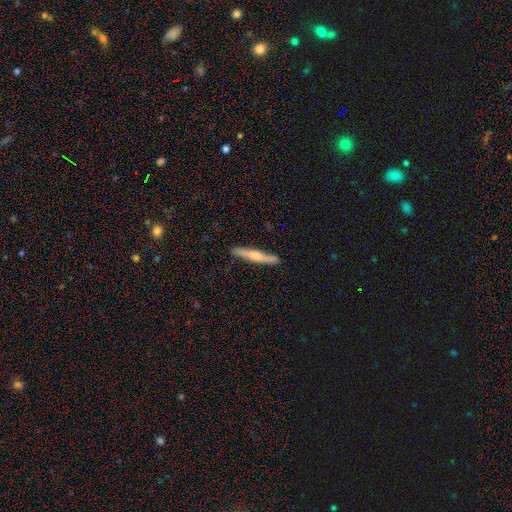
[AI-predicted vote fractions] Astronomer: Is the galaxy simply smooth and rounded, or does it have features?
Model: smooth — 50% (runner-up: featured or disk, 45%).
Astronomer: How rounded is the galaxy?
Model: cigar-shaped — 94%.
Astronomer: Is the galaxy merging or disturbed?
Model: none — 87%.